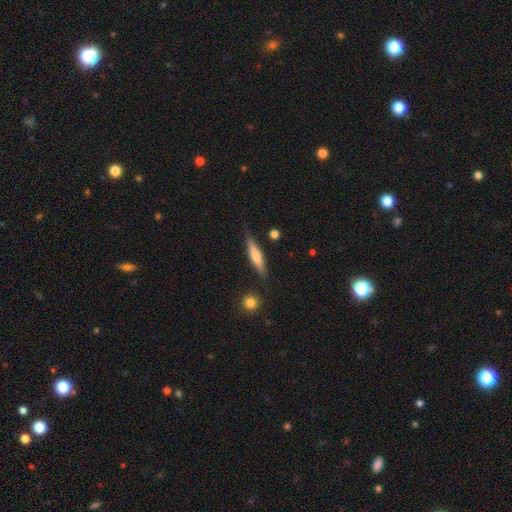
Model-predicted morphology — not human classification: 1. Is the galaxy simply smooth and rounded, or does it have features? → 56% smooth, 38% featured or disk, 6% star or artifact.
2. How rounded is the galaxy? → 82% cigar-shaped, 16% in between, 2% round.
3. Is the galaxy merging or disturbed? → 82% none, 12% minor disturbance, 3% merger, 3% major disturbance.